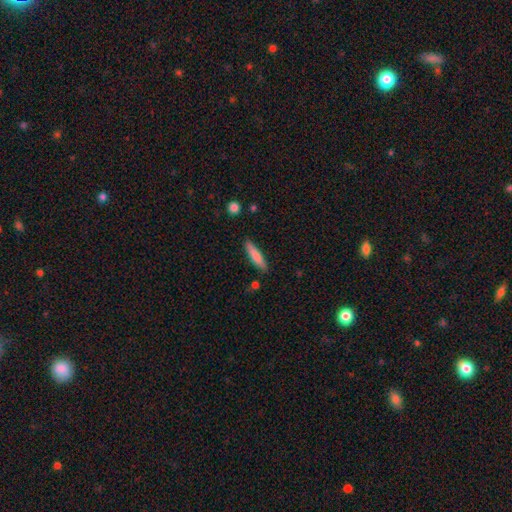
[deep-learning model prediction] smooth_or_featured: smooth (p=0.79) [alt: featured or disk p=0.15]
how_rounded: cigar-shaped (p=0.83) [alt: in between p=0.16]
merging: none (p=0.85) [alt: minor disturbance p=0.11]